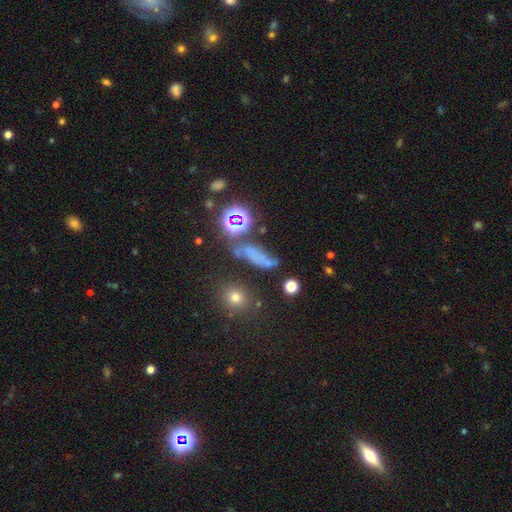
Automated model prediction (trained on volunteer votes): A smooth galaxy with no disk features (41%).

Vote fractions:
- Smooth or featured? smooth: 41% / star or artifact: 37% / featured or disk: 22%
- Merging? none: 52% / minor disturbance: 20% / major disturbance: 14% / merger: 14%